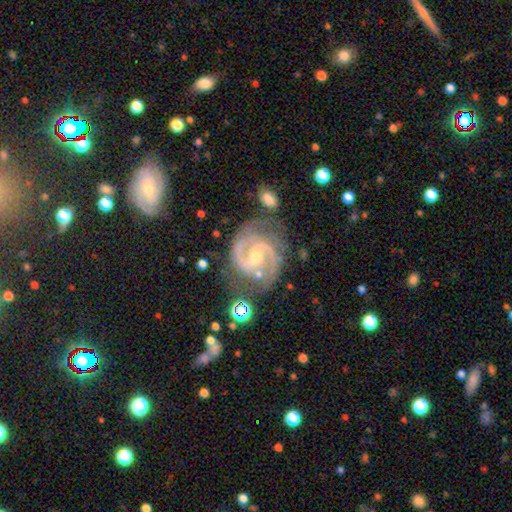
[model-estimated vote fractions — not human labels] Smooth or featured? Predicted: featured or disk (p=0.92). Edge-on disk? Predicted: no (p=0.98). Bar? Predicted: weak (p=0.45). Spiral arms? Predicted: yes (p=0.98). Spiral winding? Predicted: medium (p=0.54). Spiral arm count? Predicted: 2 (p=0.89). Bulge size? Predicted: moderate (p=0.49). Merging? Predicted: none (p=0.69).